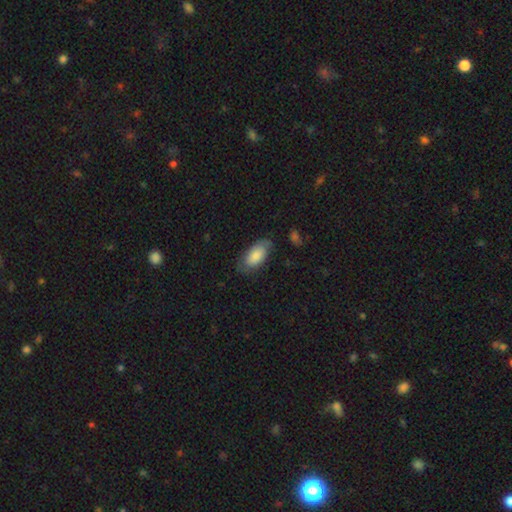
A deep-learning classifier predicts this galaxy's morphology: Smooth or featured? smooth (68%)
How rounded? in between (93%)
Merging? none (63%)